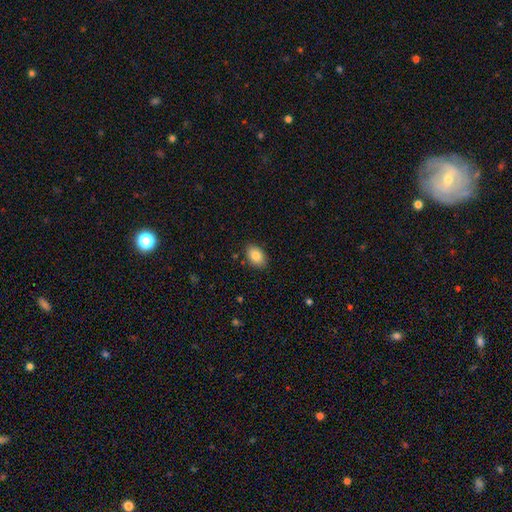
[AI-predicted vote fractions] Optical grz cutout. It shows a smooth galaxy with no disk features (85%) that is in between round and cigar-shaped (85%). Merging: none (86%).